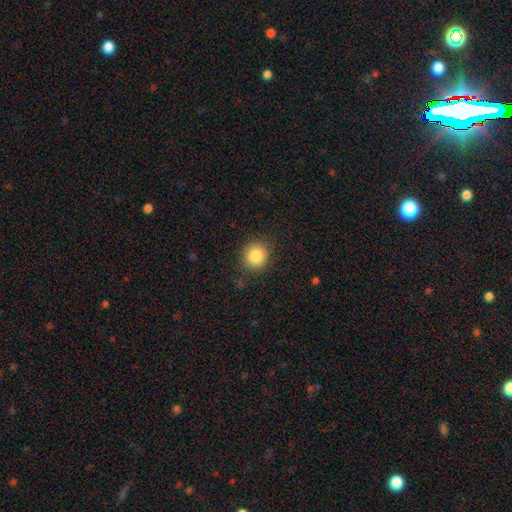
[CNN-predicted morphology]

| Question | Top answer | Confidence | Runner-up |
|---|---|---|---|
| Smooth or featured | smooth | 85% | star or artifact (10%) |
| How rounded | round | 90% | in between (9%) |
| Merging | none | 87% | minor disturbance (9%) |